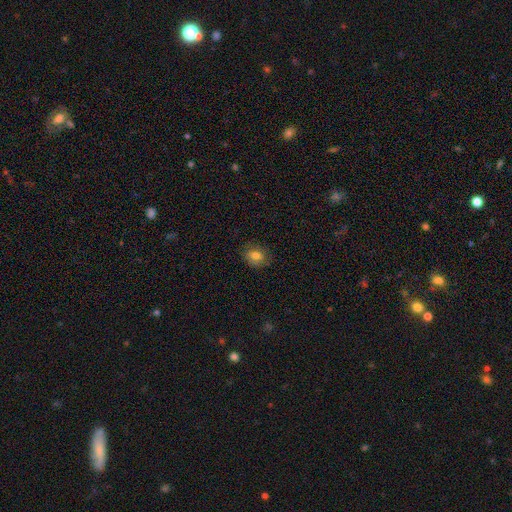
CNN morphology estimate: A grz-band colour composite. It shows a smooth galaxy with no disk features (79%) that is round (52%). Merging: none (82%).